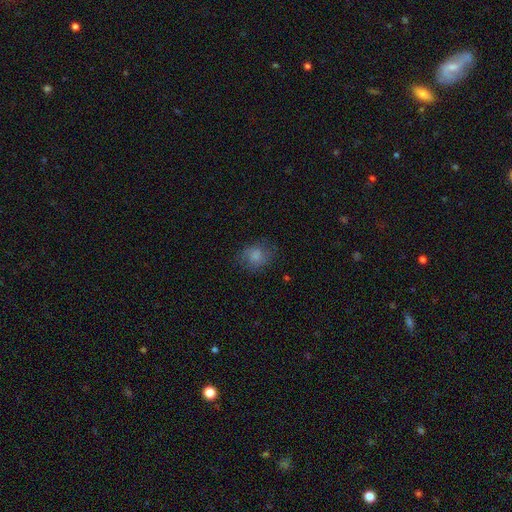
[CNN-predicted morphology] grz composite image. It shows a smooth galaxy with no disk features (78%) that is round (59%). Merging: none (70%).